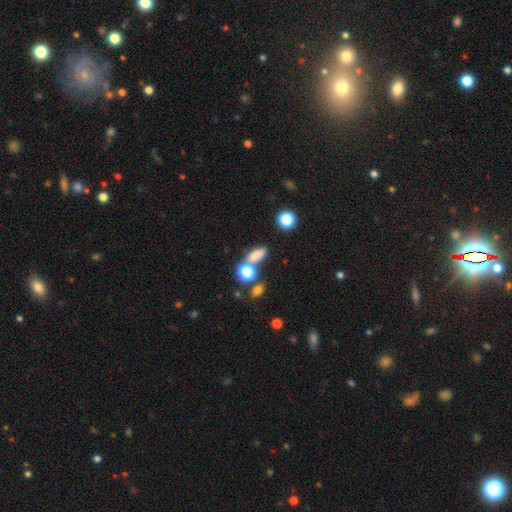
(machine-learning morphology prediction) Smooth or featured?
  - smooth: 77% *
  - star or artifact: 14%
  - featured or disk: 9%
How rounded?
  - in between: 69% *
  - round: 18%
  - cigar-shaped: 14%
Merging?
  - none: 58% *
  - merger: 23%
  - minor disturbance: 13%
  - major disturbance: 6%